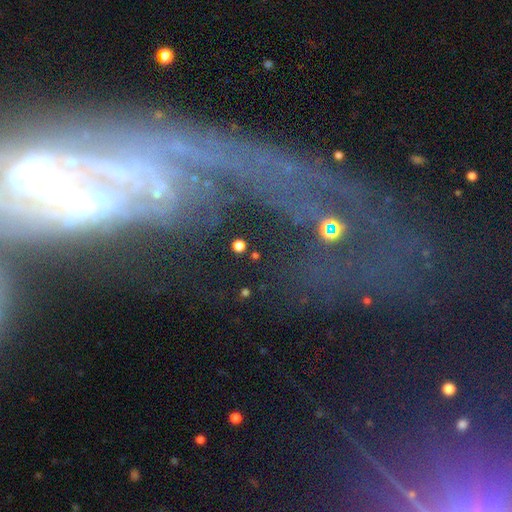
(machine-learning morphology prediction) This is marginally a featured or disk galaxy (38%). Merging: likely none (70%).